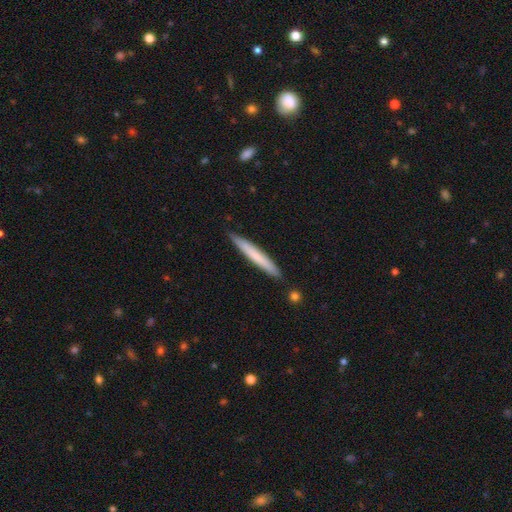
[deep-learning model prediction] smooth_or_featured: smooth (p=0.67) [alt: featured or disk p=0.28]
how_rounded: cigar-shaped (p=0.96) [alt: in between p=0.03]
merging: none (p=0.88) [alt: minor disturbance p=0.08]